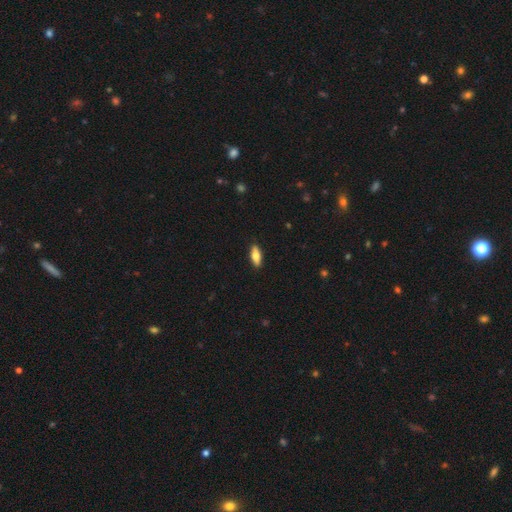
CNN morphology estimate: Q: Smooth or featured?
A: smooth (71%); runner-up: featured or disk (23%)
Q: How rounded?
A: in between (70%); runner-up: cigar-shaped (27%)
Q: Merging?
A: none (90%); runner-up: minor disturbance (8%)